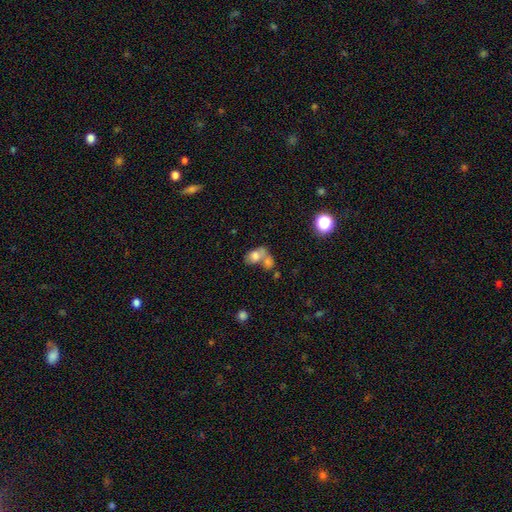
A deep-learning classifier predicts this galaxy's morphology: Smooth or featured? Predicted: smooth (p=0.72). How rounded? Predicted: in between (p=0.75). Merging? Predicted: merger (p=0.59).